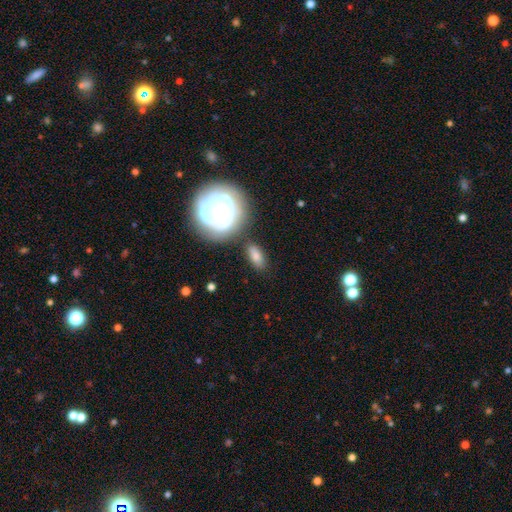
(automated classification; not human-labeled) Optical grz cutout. It shows a smooth galaxy with no disk features (69%) that is in between round and cigar-shaped (83%). Merging: none (70%).